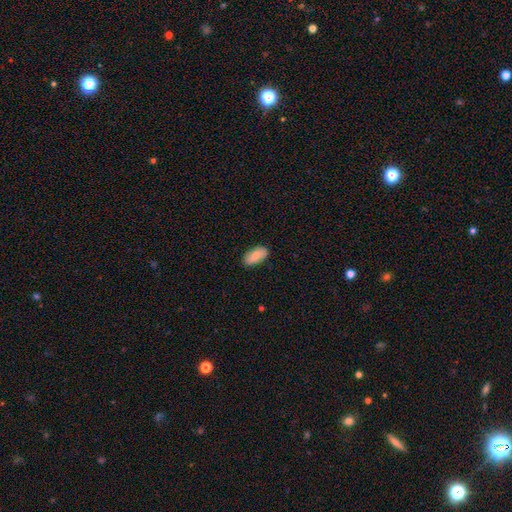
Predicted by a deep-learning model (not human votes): Smooth or featured: smooth — 84% (featured or disk — 10%)
How rounded: in between — 92% (cigar-shaped — 6%)
Merging: none — 86% (minor disturbance — 11%)